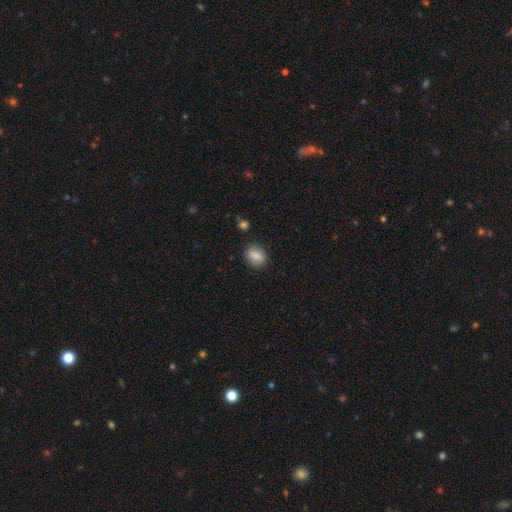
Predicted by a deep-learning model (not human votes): A smooth galaxy with no disk features (80%) that is in between round and cigar-shaped (60%).

Vote fractions:
- Smooth or featured? smooth: 80% / featured or disk: 12% / star or artifact: 8%
- How rounded? in between: 60% / round: 35% / cigar-shaped: 5%
- Merging? none: 82% / minor disturbance: 12% / major disturbance: 3% / merger: 3%